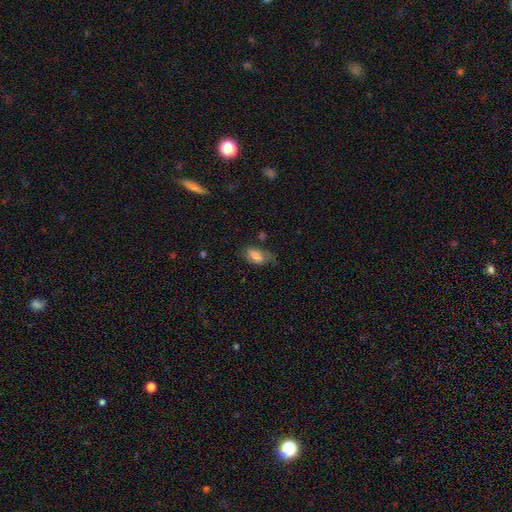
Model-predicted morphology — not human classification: This is likely a smooth galaxy (79%). How rounded: clearly in between (90%). Merging: possibly none (45%).